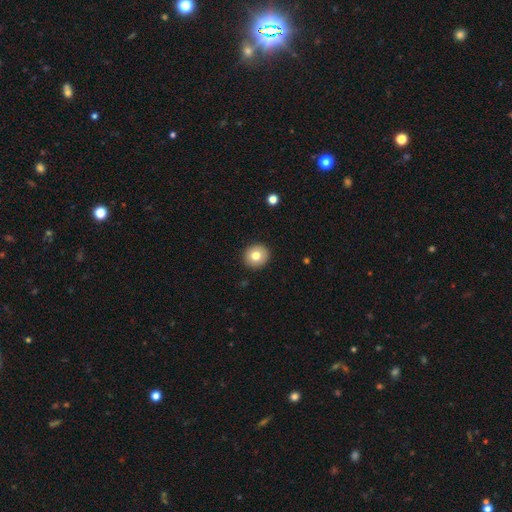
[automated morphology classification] Overall: smooth (78%). How rounded: round (91%). Merging: none (92%).